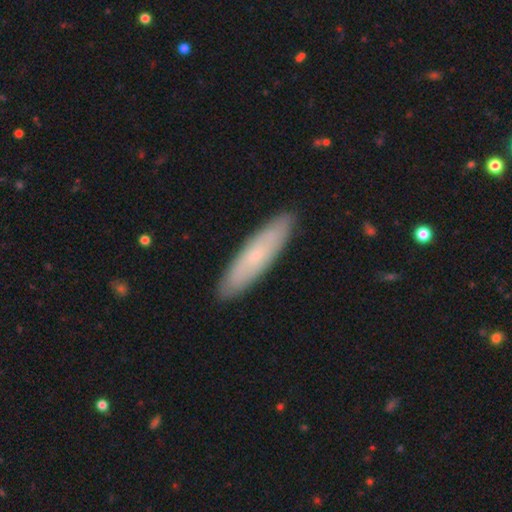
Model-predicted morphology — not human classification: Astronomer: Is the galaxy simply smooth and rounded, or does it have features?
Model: smooth — 60%.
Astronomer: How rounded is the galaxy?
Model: cigar-shaped — 77%.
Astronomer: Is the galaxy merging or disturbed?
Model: none — 90%.